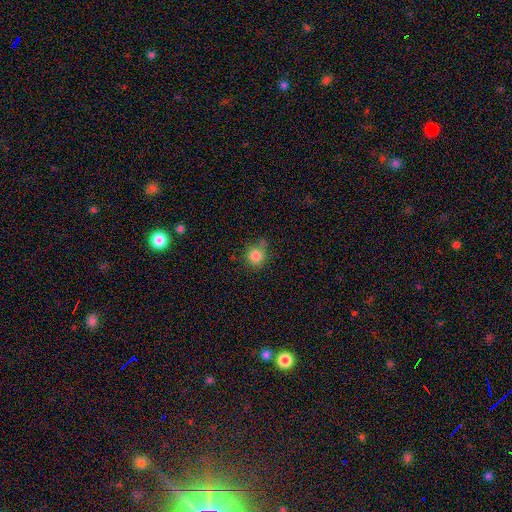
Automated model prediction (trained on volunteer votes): This appears to be a smooth galaxy with no disk features (84%) that is round (89%). Merging: none (68%).